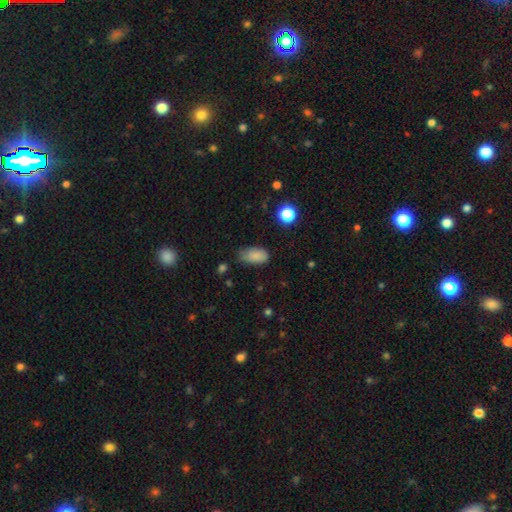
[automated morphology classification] type=smooth (83%); roundness=in between (92%); merging=none (56%).